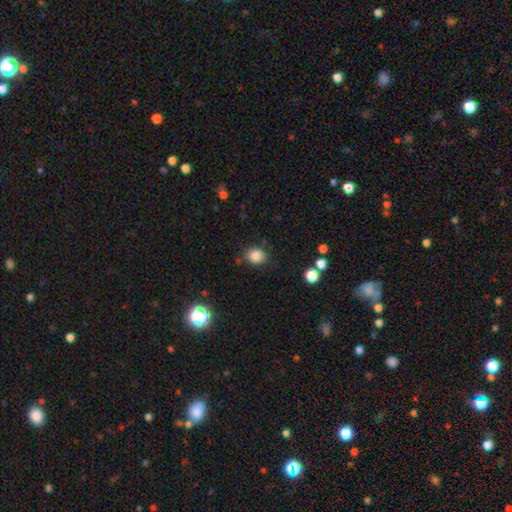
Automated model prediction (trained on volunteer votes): smooth_or_featured: smooth (p=0.85) [alt: star or artifact p=0.11]
how_rounded: round (p=0.61) [alt: in between p=0.38]
merging: none (p=0.81) [alt: minor disturbance p=0.12]